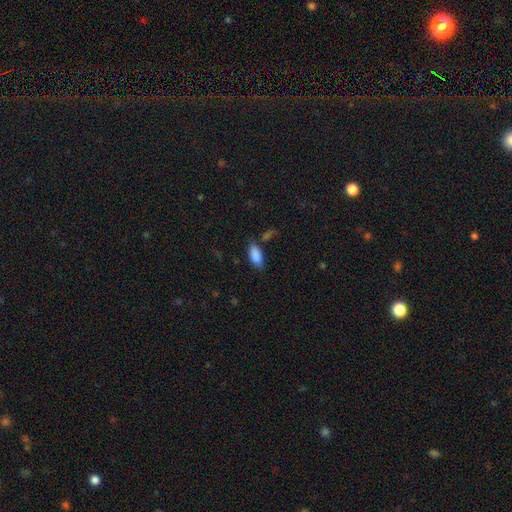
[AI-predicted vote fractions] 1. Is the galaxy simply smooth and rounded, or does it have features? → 87% smooth, 7% star or artifact, 6% featured or disk.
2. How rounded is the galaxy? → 88% in between, 9% cigar-shaped, 2% round.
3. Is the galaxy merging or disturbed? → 69% none, 19% minor disturbance, 7% merger, 5% major disturbance.